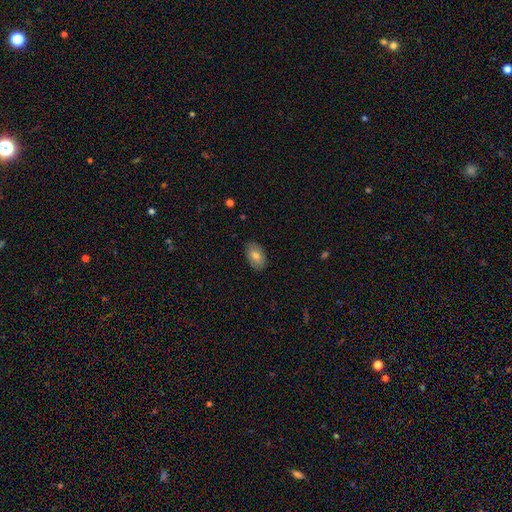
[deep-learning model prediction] Q: Smooth or featured?
A: smooth (76%); runner-up: featured or disk (17%)
Q: How rounded?
A: in between (92%); runner-up: round (6%)
Q: Merging?
A: none (85%); runner-up: minor disturbance (12%)